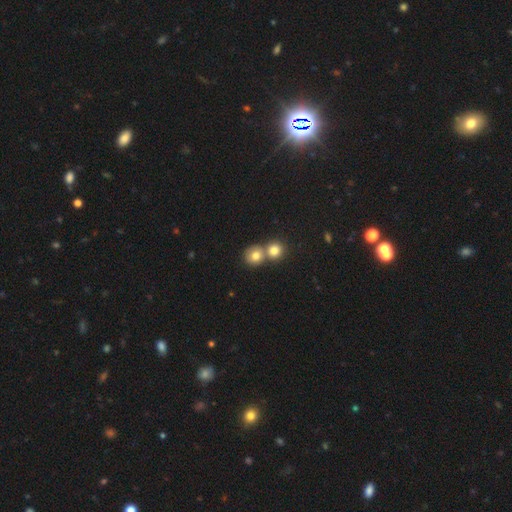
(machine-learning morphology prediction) Q: Smooth or featured?
A: smooth (78%); runner-up: star or artifact (12%)
Q: How rounded?
A: round (86%); runner-up: in between (13%)
Q: Merging?
A: none (46%); runner-up: merger (45%)